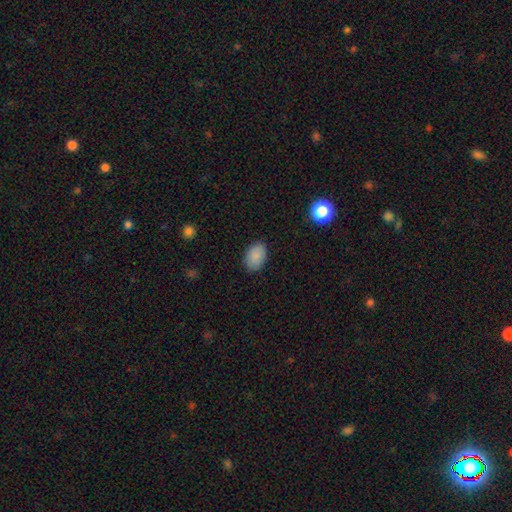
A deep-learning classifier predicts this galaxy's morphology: This is clearly a smooth galaxy (88%). How rounded: clearly in between (86%). Merging: clearly none (86%).